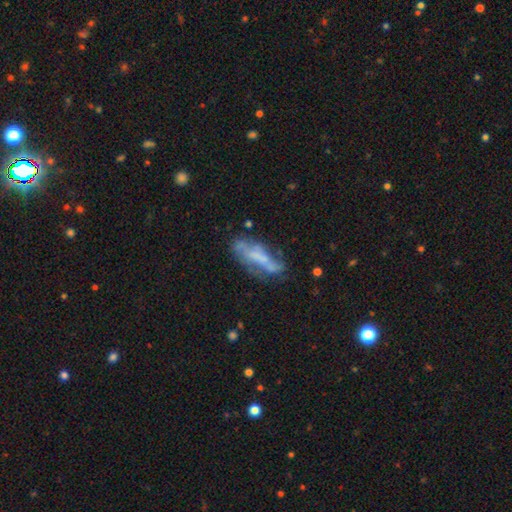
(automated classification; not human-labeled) The model was most divided on "smooth or featured": featured or disk: 55%, smooth: 33%, star or artifact: 11%. More confident: edge-on disk — no (68%); merging — none (54%).